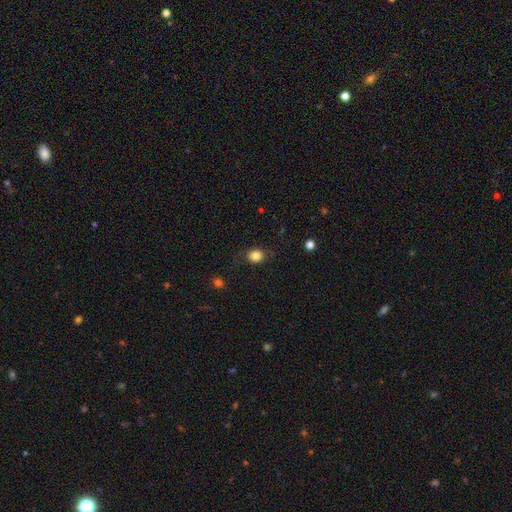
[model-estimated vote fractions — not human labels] Q: Smooth or featured?
A: smooth (83%); runner-up: star or artifact (11%)
Q: How rounded?
A: round (71%); runner-up: in between (29%)
Q: Merging?
A: none (81%); runner-up: minor disturbance (14%)